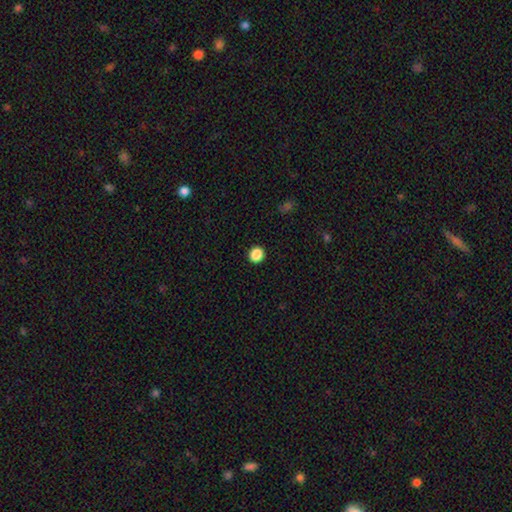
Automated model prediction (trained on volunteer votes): The model was most divided on "how rounded": round: 86%, in between: 13%, cigar-shaped: 1%. More confident: merging — none (92%); smooth or featured — smooth (87%).